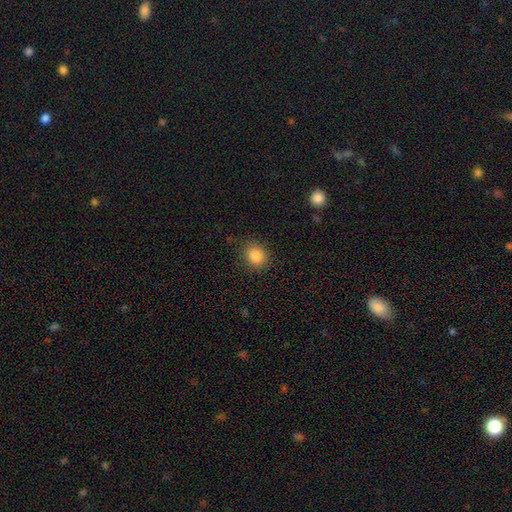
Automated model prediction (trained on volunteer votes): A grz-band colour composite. It shows a smooth galaxy with no disk features (85%) that is round (74%). Merging: none (87%).